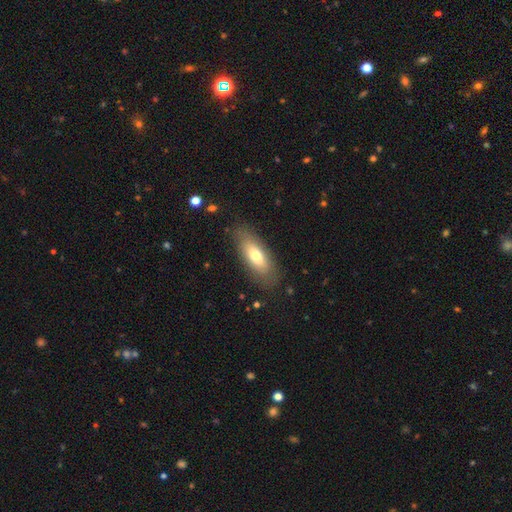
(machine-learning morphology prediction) Smooth or featured? smooth (71%)
How rounded? in between (75%)
Merging? none (83%)